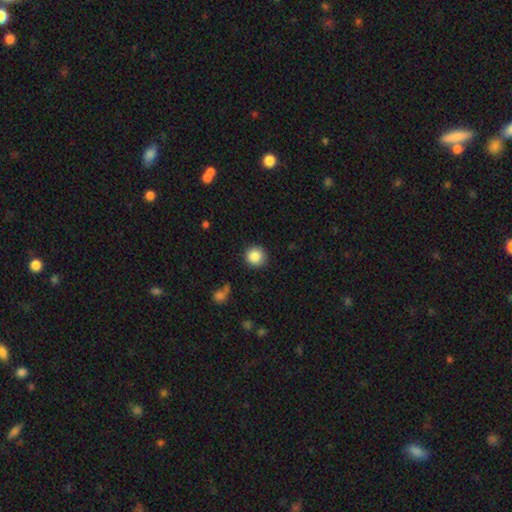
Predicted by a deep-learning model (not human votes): Morphology: type=smooth (87%); roundness=round (94%); merging=none (89%).